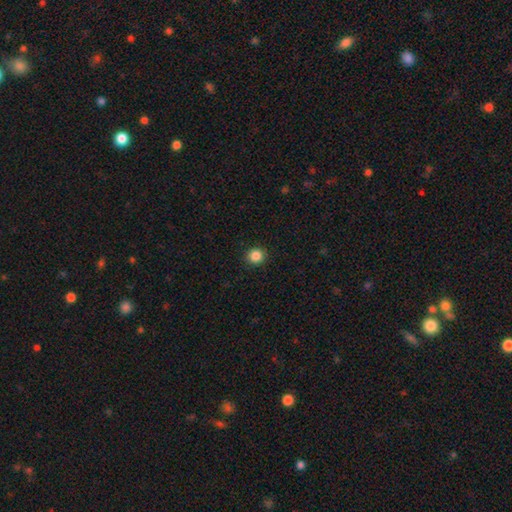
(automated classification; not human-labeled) Overall: smooth (86%). How rounded: round (91%). Merging: none (92%).